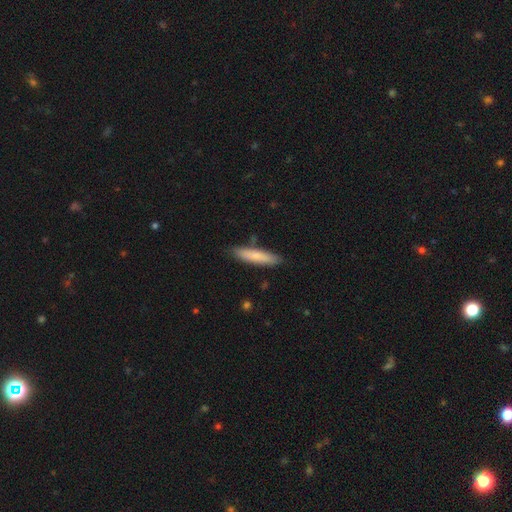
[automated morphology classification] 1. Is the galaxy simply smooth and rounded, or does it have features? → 79% smooth, 15% featured or disk, 6% star or artifact.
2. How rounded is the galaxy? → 82% cigar-shaped, 16% in between, 1% round.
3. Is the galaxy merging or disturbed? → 84% none, 12% minor disturbance, 2% merger, 2% major disturbance.